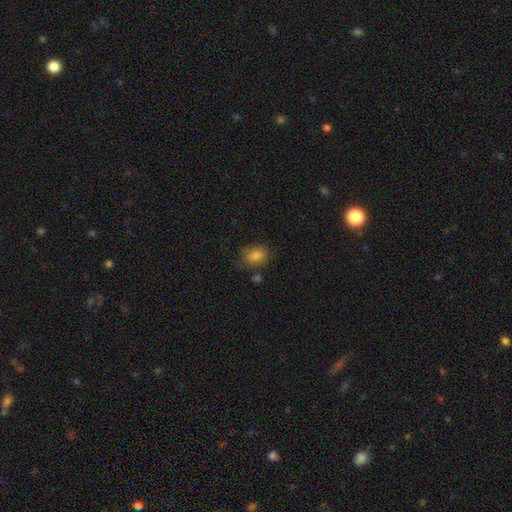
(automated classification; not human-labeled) smooth_or_featured: smooth (p=0.82) [alt: star or artifact p=0.11]
how_rounded: in between (p=0.69) [alt: round p=0.30]
merging: none (p=0.72) [alt: minor disturbance p=0.18]